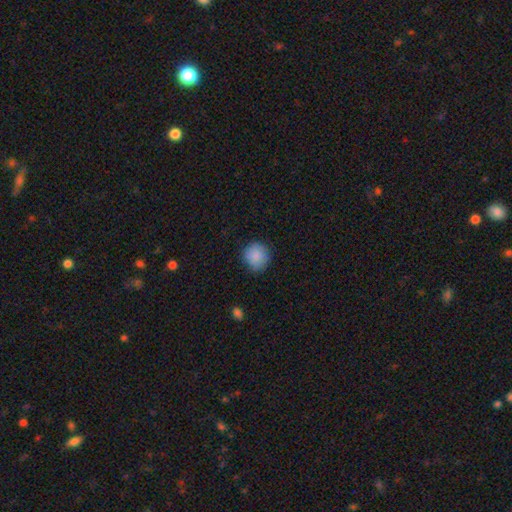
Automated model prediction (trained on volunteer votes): smooth-or-featured: smooth: 84% | star or artifact: 8% | featured or disk: 7%
  how-rounded: round: 92% | in between: 7% | cigar-shaped: 1%
  merging: none: 82% | minor disturbance: 14% | major disturbance: 3% | merger: 1%